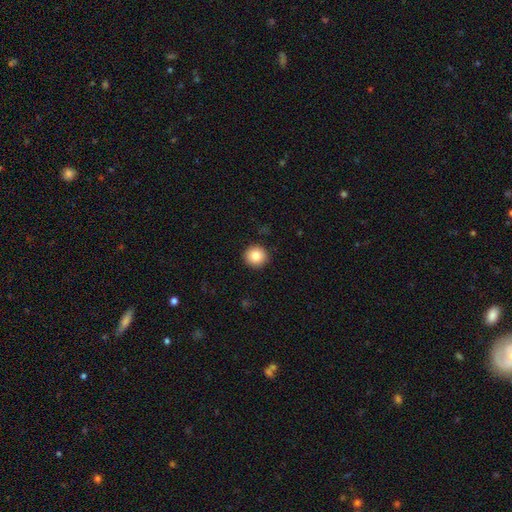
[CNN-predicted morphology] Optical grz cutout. It shows a smooth galaxy with no disk features (84%) that is round (94%). Merging: none (92%).